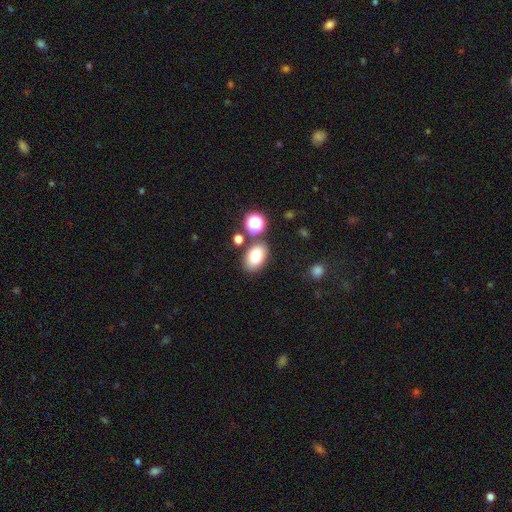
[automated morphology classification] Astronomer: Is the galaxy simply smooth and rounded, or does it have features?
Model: smooth — 78%.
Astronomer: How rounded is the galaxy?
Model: in between — 86%.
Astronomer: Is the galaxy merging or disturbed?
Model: none — 76%.